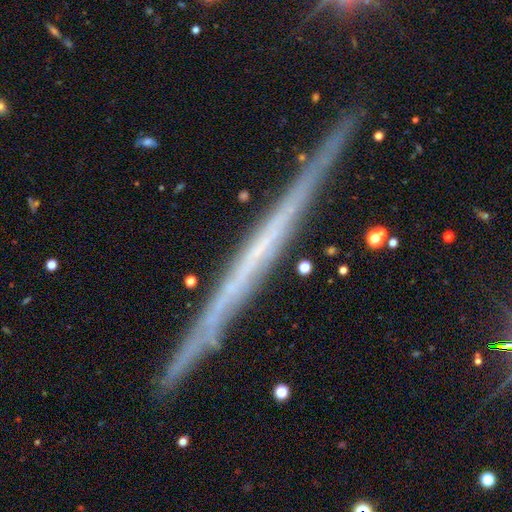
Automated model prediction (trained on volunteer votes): The model was most divided on "smooth or featured": featured or disk: 70%, smooth: 21%, star or artifact: 10%. More confident: edge-on disk — yes (97%); edge-on bulge — none (92%); merging — none (91%).